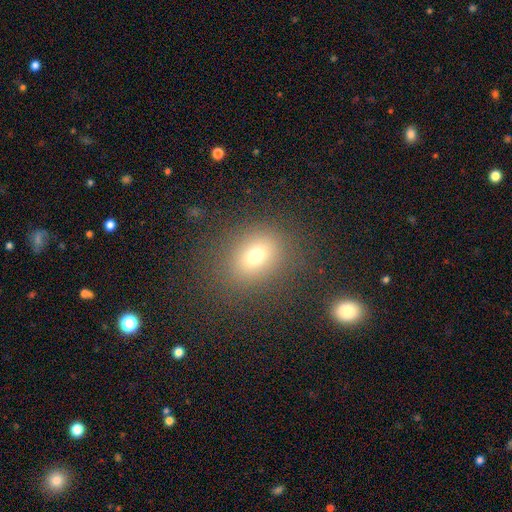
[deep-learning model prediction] Smooth or featured: smooth — 72% (star or artifact — 15%)
How rounded: in between — 54% (round — 45%)
Merging: none — 82% (minor disturbance — 10%)